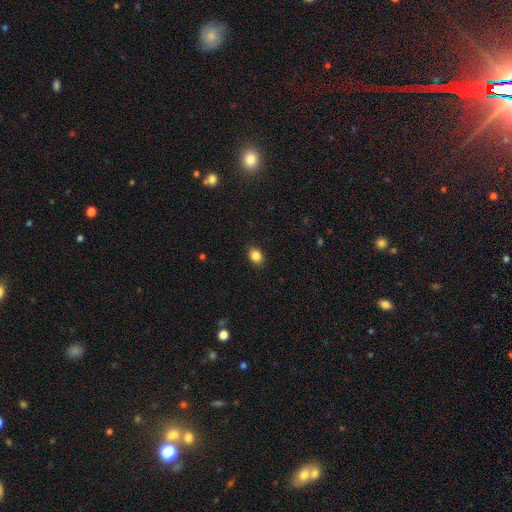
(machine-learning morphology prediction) A smooth galaxy with no disk features (86%) that is in between round and cigar-shaped (69%). Merging: none (88%).